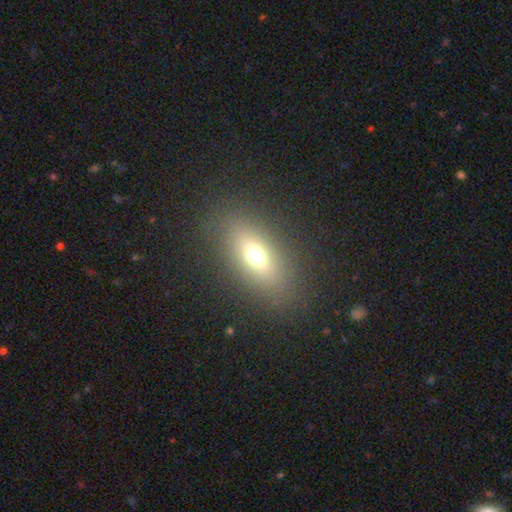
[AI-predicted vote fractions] smooth_or_featured: smooth (p=0.64) [alt: featured or disk p=0.20]
how_rounded: in between (p=0.74) [alt: round p=0.15]
merging: none (p=0.84) [alt: minor disturbance p=0.09]